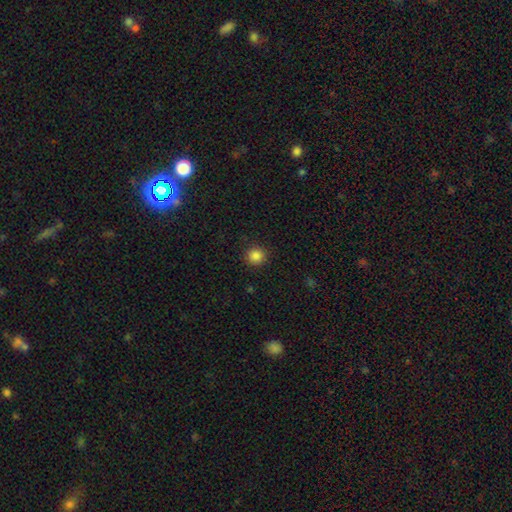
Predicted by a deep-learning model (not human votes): Morphology: type=smooth (85%); roundness=round (94%); merging=none (91%).